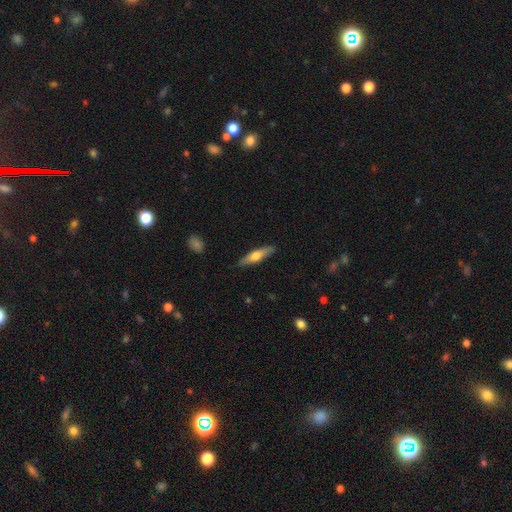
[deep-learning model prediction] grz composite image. It shows a smooth galaxy with no disk features (49%). Merging: none (87%).